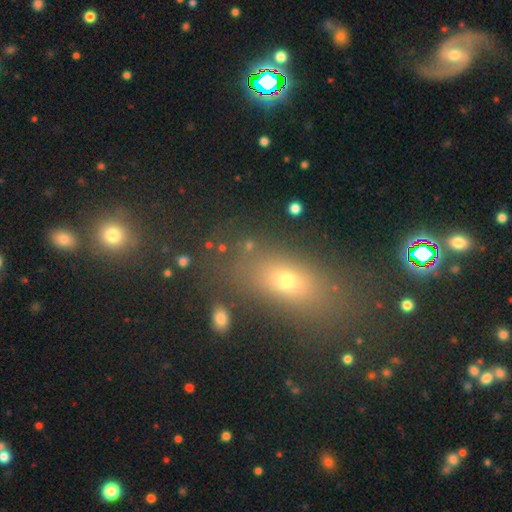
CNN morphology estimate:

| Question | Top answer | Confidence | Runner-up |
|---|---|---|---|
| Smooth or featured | smooth | 58% | star or artifact (27%) |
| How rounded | in between | 66% | round (20%) |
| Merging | none | 79% | minor disturbance (11%) |